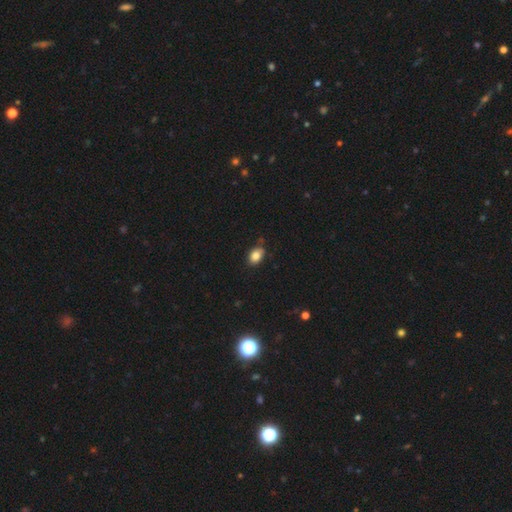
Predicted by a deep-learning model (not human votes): smooth-or-featured: smooth: 84% | star or artifact: 9% | featured or disk: 7%
  how-rounded: in between: 81% | round: 18% | cigar-shaped: 1%
  merging: none: 78% | minor disturbance: 17% | major disturbance: 3% | merger: 3%